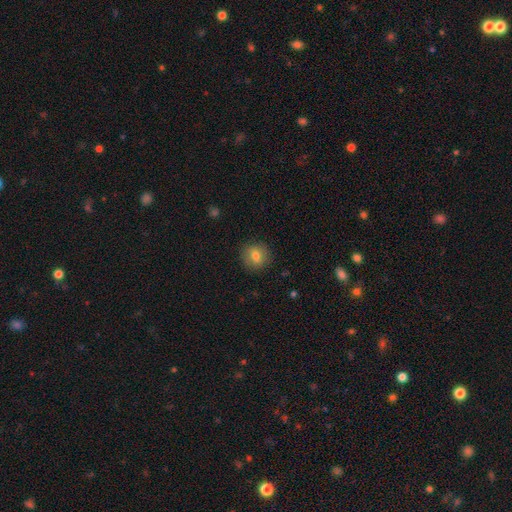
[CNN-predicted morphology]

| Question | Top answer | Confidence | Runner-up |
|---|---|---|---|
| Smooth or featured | smooth | 76% | featured or disk (14%) |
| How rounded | round | 85% | in between (14%) |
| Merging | none | 88% | minor disturbance (8%) |